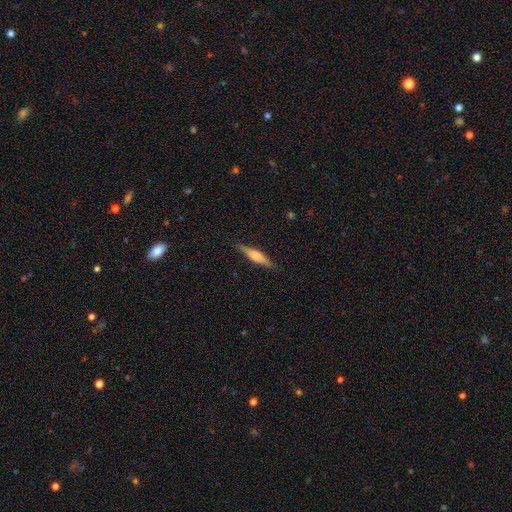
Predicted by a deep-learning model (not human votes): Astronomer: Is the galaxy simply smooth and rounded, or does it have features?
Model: smooth — 53% (runner-up: featured or disk, 40%).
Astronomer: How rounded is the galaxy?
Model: cigar-shaped — 78%.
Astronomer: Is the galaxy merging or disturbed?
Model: none — 86%.